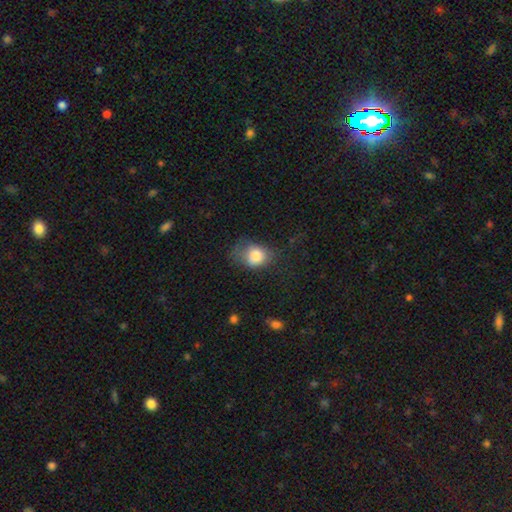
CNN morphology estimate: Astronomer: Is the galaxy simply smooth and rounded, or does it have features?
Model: smooth — 81%.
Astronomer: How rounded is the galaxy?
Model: in between — 53% (runner-up: round, 46%).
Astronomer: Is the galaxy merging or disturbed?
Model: none — 44% (runner-up: minor disturbance, 32%).